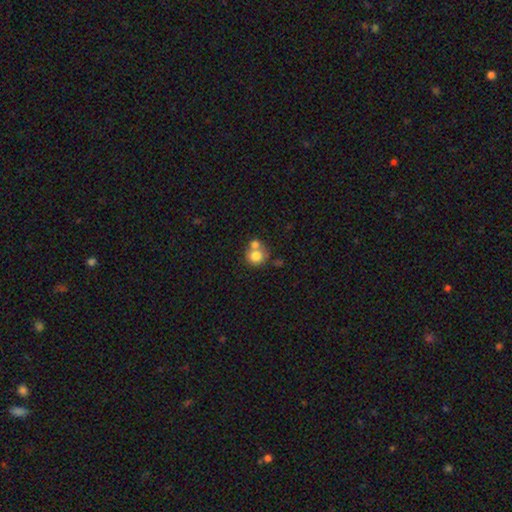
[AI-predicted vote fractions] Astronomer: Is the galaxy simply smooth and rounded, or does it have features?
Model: smooth — 77%.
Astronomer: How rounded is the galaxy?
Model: round — 85%.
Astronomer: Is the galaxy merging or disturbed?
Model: merger — 47% (runner-up: none, 41%).